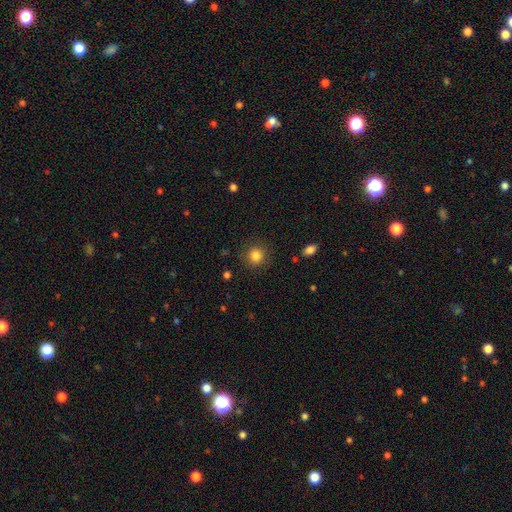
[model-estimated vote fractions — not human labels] Smooth or featured: smooth — 83% (star or artifact — 11%)
How rounded: round — 92% (in between — 7%)
Merging: none — 88% (minor disturbance — 8%)